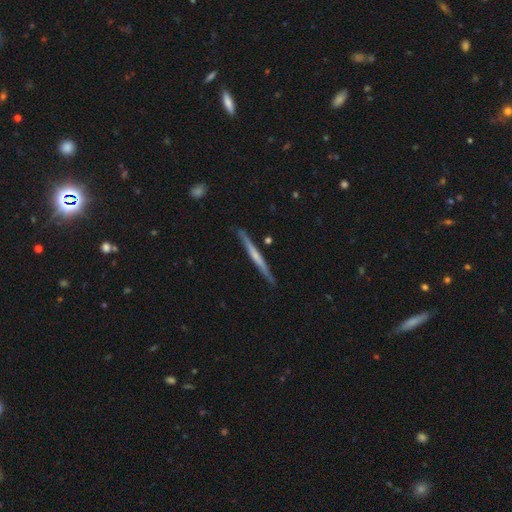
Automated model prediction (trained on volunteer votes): Overall: featured or disk (57%; smooth 38%). Edge-on disk: yes (97%). Edge-on bulge: none (69%). Merging: none (88%).